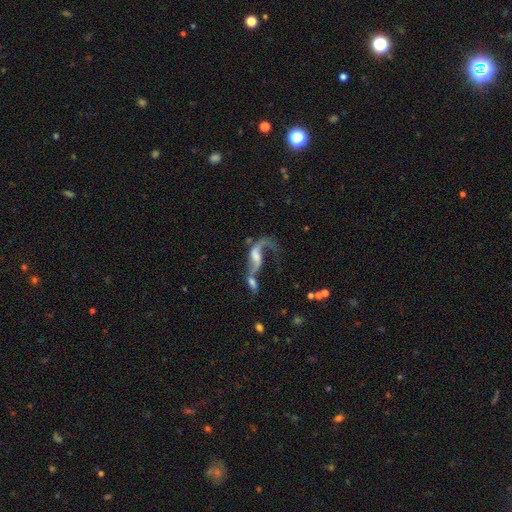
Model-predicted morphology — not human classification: smooth-or-featured: featured or disk: 77% | smooth: 14% | star or artifact: 9%
  disk-edge-on: no: 93% | yes: 7%
    bar: no: 44% | weak: 40% | strong: 16%
    has-spiral-arms: yes: 84% | no: 16%
      spiral-winding: loose: 88% | medium: 9% | tight: 2%
      spiral-arm-count: 2: 65% | 1: 29% | can't tell: 4% | 3: 1% | 4: 1% | more than 4: 1%
    bulge-size: moderate: 31% | small: 30% | none: 26% | large: 11% | dominant: 2%
  merging: merger: 47% | major disturbance: 22% | none: 21% | minor disturbance: 10%